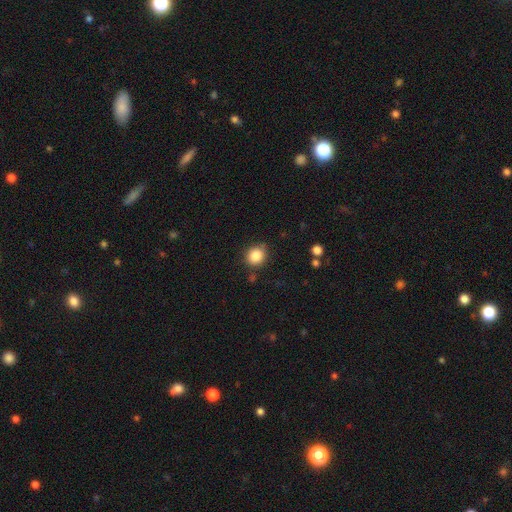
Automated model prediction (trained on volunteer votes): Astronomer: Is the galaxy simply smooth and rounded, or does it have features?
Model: smooth — 86%.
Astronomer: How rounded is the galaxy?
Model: round — 82%.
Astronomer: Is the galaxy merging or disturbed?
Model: none — 81%.